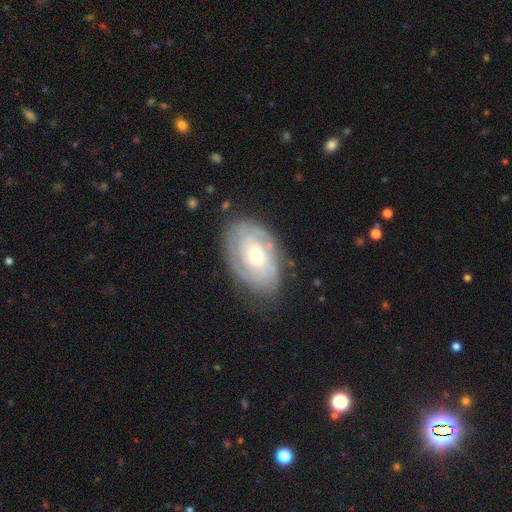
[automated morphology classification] smooth-or-featured: featured or disk: 80% | smooth: 14% | star or artifact: 5%
  disk-edge-on: no: 96% | yes: 4%
    bar: no: 72% | weak: 23% | strong: 5%
    has-spiral-arms: yes: 91% | no: 9%
      spiral-winding: tight: 73% | medium: 21% | loose: 6%
      spiral-arm-count: can't tell: 39% | 2: 28% | 3: 17% | 4: 6% | 1: 5% | more than 4: 4%
    bulge-size: moderate: 53% | small: 42% | large: 3% | none: 1% | dominant: 1%
  merging: none: 75% | minor disturbance: 18% | major disturbance: 6% | merger: 1%